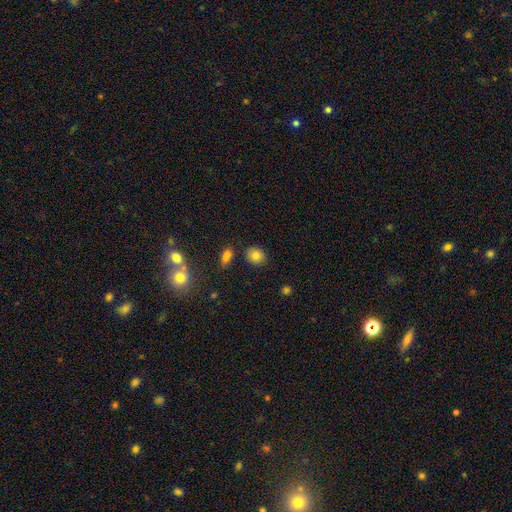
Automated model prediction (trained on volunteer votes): Morphology: type=smooth (81%); roundness=round (59%); merging=none (83%).